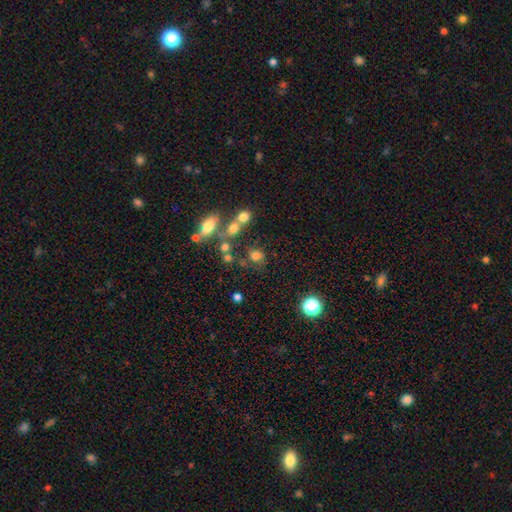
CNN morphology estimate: This is likely a smooth galaxy (71%). How rounded: likely round (66%). Merging: possibly none (57%).